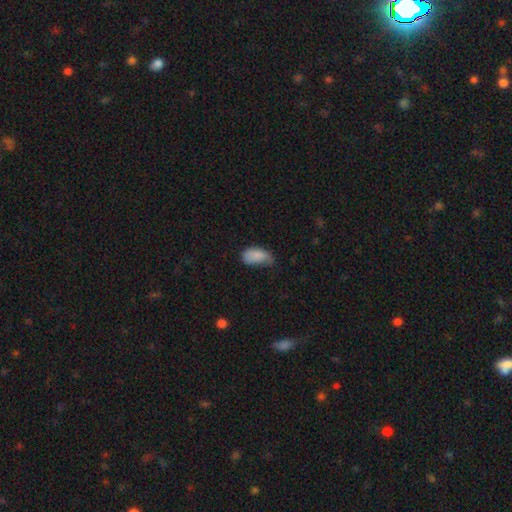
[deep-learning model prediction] This appears to be a smooth galaxy with no disk features (85%) that is in between round and cigar-shaped (93%). Merging: minor disturbance (45%).